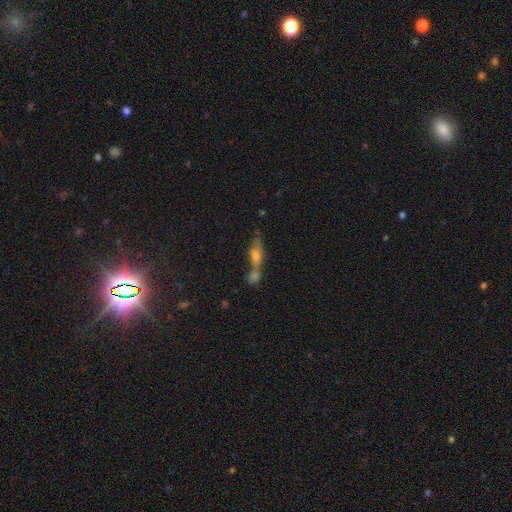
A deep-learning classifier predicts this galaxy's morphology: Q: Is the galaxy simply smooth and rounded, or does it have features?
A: smooth — 52%.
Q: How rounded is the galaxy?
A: in between — 48%.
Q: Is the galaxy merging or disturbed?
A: merger — 50%.